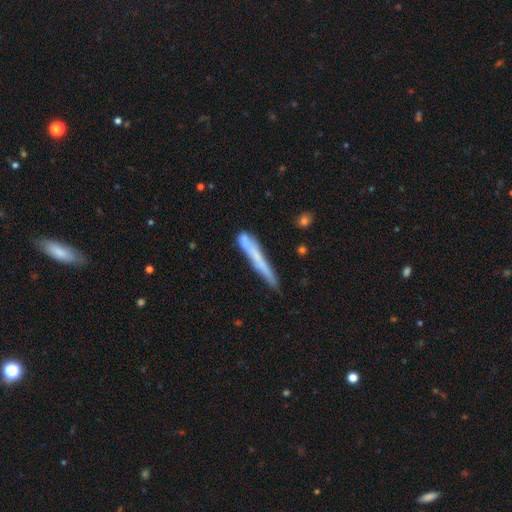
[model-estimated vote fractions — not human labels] smooth-or-featured: smooth: 56% | featured or disk: 36% | star or artifact: 8%
  how-rounded: cigar-shaped: 96% | in between: 3% | round: 1%
  merging: none: 70% | minor disturbance: 19% | merger: 6% | major disturbance: 5%